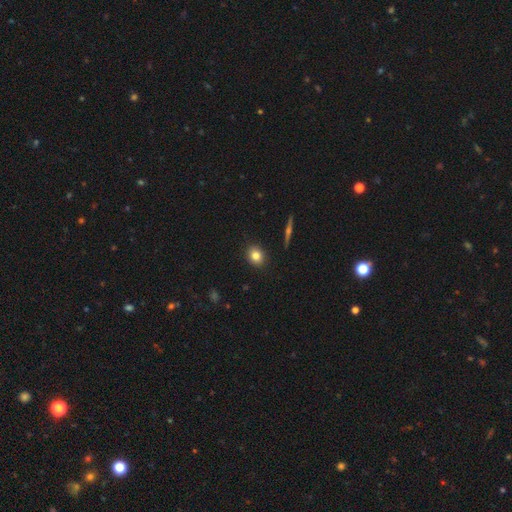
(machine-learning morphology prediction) The model was most divided on "how rounded": round: 60%, in between: 38%, cigar-shaped: 2%. More confident: merging — none (90%); smooth or featured — smooth (81%).